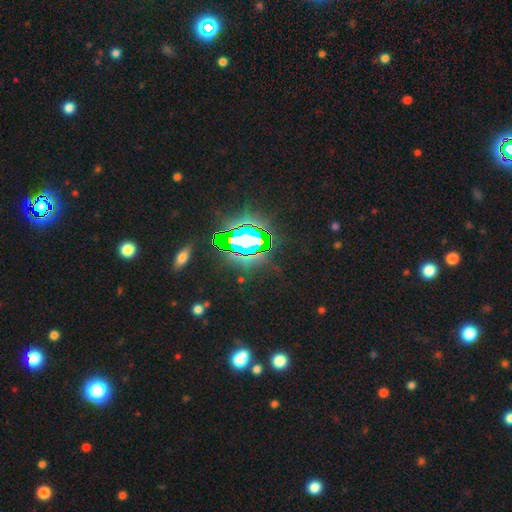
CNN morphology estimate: Smooth or featured?
  - star or artifact: 85% *
  - smooth: 9%
  - featured or disk: 6%